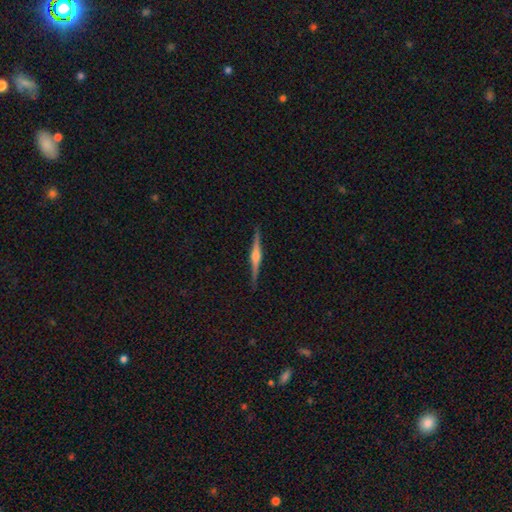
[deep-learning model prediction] This appears to be a featured or disk galaxy (82%) viewed edge-on (98%) with a rounded central bulge (83%). Merging: none (90%).